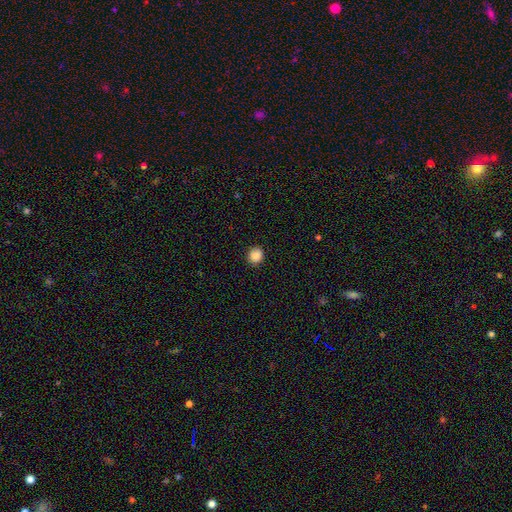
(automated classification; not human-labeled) This is clearly a smooth galaxy (88%). How rounded: clearly round (82%). Merging: clearly none (91%).